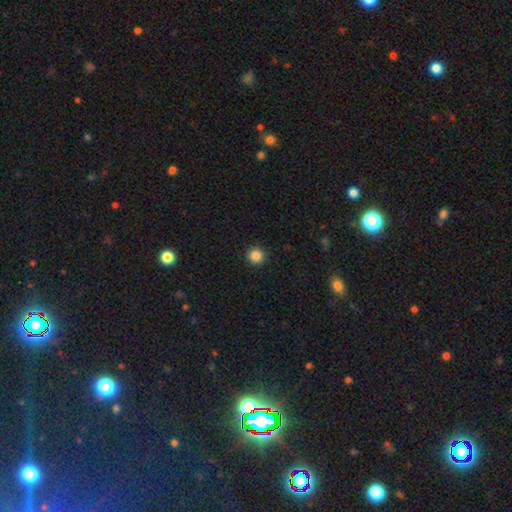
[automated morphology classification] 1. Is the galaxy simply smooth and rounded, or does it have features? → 86% smooth, 11% star or artifact, 3% featured or disk.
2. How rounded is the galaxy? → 95% round, 4% in between, 1% cigar-shaped.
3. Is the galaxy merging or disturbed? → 92% none, 5% minor disturbance, 2% major disturbance, 1% merger.